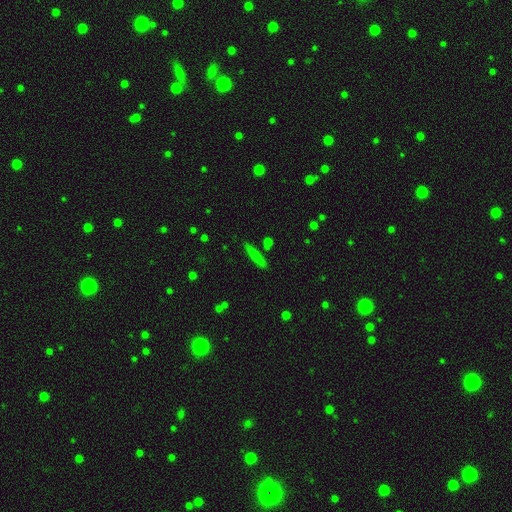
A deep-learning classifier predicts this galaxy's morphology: A smooth galaxy with no disk features (72%) that is cigar-shaped (90%). Merging: none (84%).